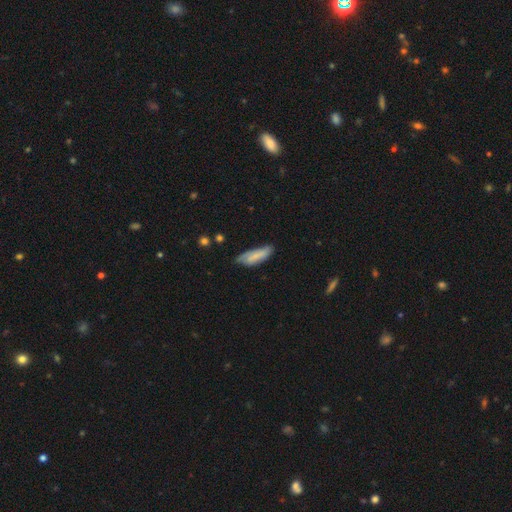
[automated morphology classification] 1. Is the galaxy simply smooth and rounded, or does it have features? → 69% smooth, 24% featured or disk, 7% star or artifact.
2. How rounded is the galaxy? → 57% in between, 41% cigar-shaped, 2% round.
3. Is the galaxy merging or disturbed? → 53% none, 35% minor disturbance, 9% major disturbance, 3% merger.